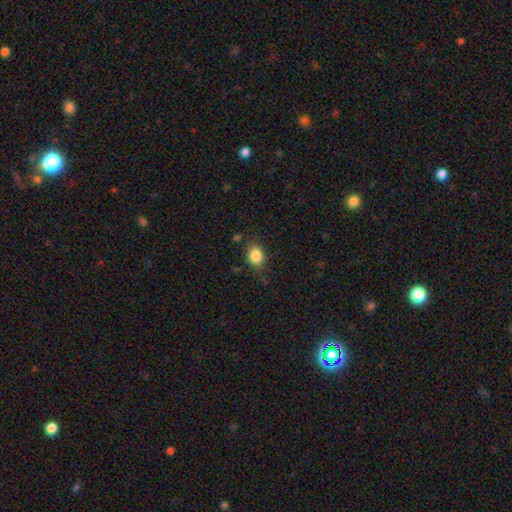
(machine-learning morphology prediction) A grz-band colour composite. It shows a smooth galaxy with no disk features (85%) that is in between round and cigar-shaped (62%). Merging: none (78%).